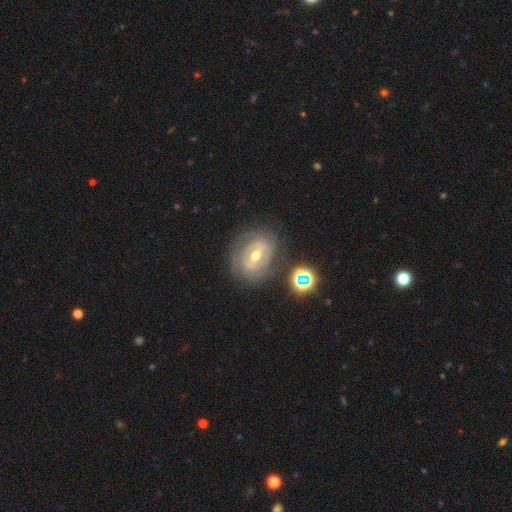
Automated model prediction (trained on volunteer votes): A featured or disk galaxy (74%) with a weak bar (40%), spiral arms (64%) and a moderate central bulge (68%).

Vote fractions:
- Smooth or featured? featured or disk: 74% / smooth: 17% / star or artifact: 9%
- Edge-on disk? no: 95% / yes: 5%
- Bar? weak: 40% / strong: 38% / no: 22%
- Spiral arms? yes: 64% / no: 36%
- Bulge size? moderate: 68% / small: 27% / large: 3% / none: 1% / dominant: 1%
- Merging? none: 71% / minor disturbance: 17% / major disturbance: 8% / merger: 4%